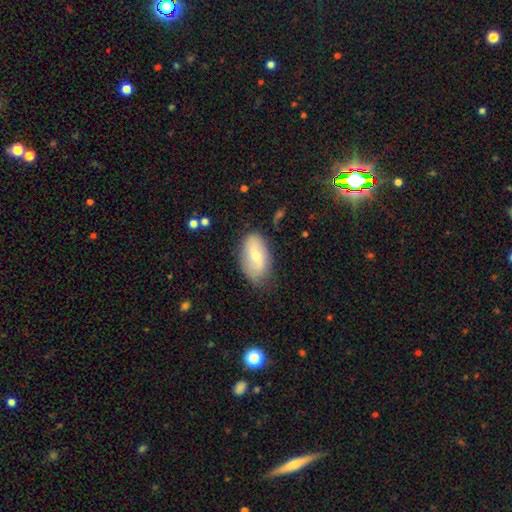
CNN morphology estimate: Q: Smooth or featured?
A: smooth (56%); runner-up: featured or disk (37%)
Q: How rounded?
A: in between (93%); runner-up: round (4%)
Q: Merging?
A: none (77%); runner-up: minor disturbance (18%)